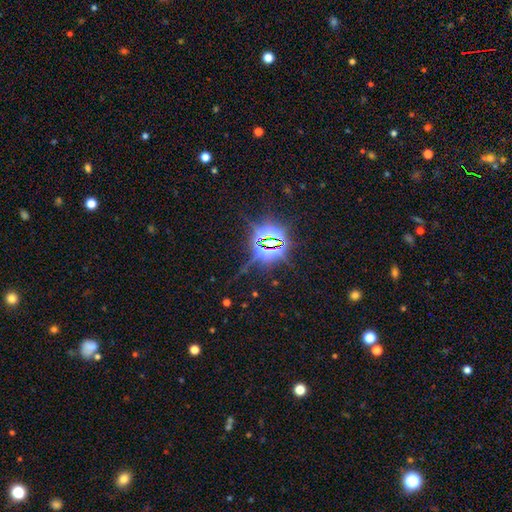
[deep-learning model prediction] Smooth or featured? star or artifact (84%)